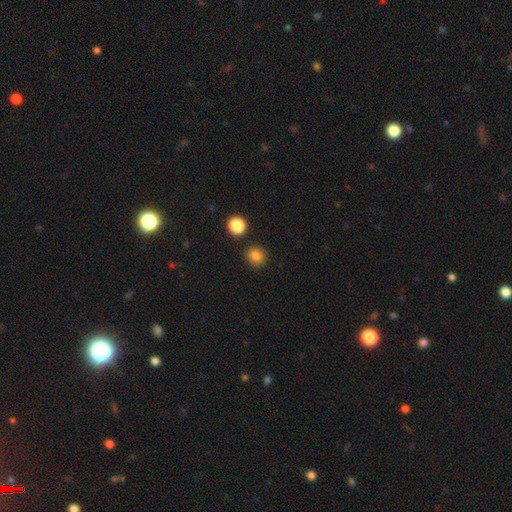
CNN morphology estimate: This appears to be a smooth galaxy with no disk features (82%) that is round (87%). Merging: none (87%).